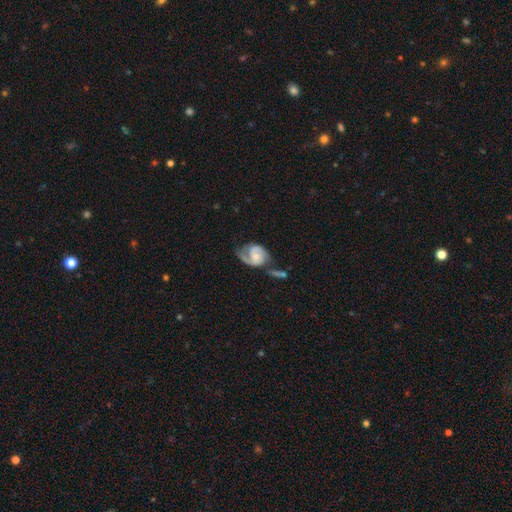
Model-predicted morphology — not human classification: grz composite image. It shows a featured or disk galaxy (79%) with no bar (62%), 2 (73%) medium (46%) spiral arms (94%) and a small central bulge (49%). Merging: none (43%).